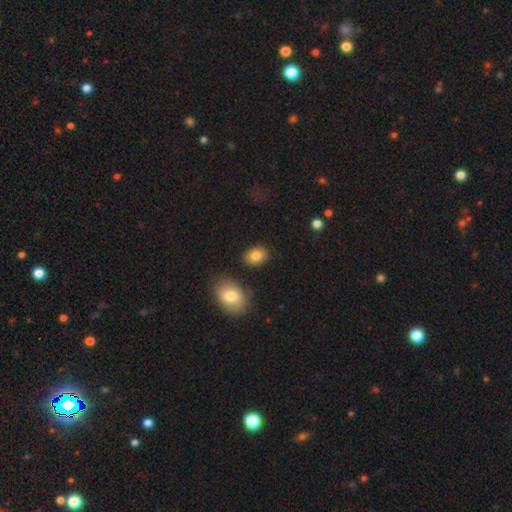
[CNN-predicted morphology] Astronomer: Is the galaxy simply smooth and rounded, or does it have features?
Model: smooth — 83%.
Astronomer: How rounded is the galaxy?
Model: in between — 69%.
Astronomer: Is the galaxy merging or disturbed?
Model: none — 84%.